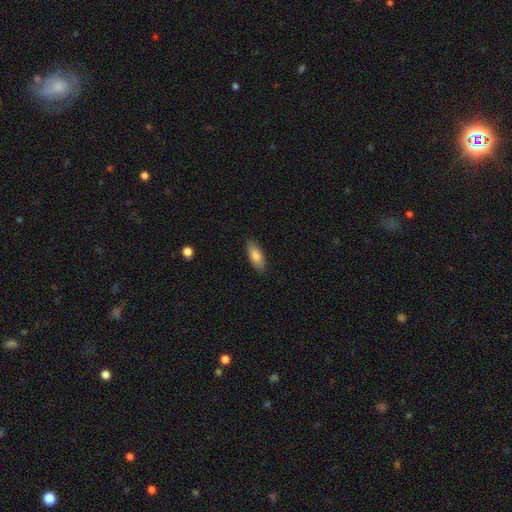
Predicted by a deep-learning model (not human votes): Smooth or featured? smooth (82%)
How rounded? in between (82%)
Merging? none (88%)